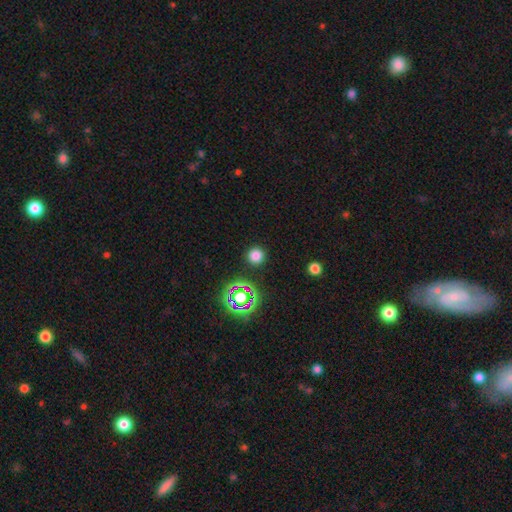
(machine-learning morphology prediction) A smooth galaxy with no disk features (75%) that is round (95%).

Vote fractions:
- Smooth or featured? smooth: 75% / star or artifact: 20% / featured or disk: 5%
- How rounded? round: 95% / in between: 4% / cigar-shaped: 1%
- Merging? none: 91% / minor disturbance: 5% / major disturbance: 2% / merger: 2%